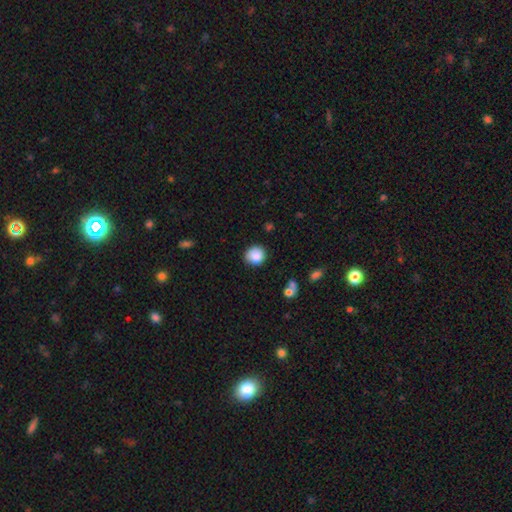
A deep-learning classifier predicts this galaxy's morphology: smooth-or-featured: smooth: 86% | star or artifact: 9% | featured or disk: 5%
  how-rounded: round: 87% | in between: 12% | cigar-shaped: 1%
  merging: none: 78% | minor disturbance: 16% | major disturbance: 3% | merger: 2%